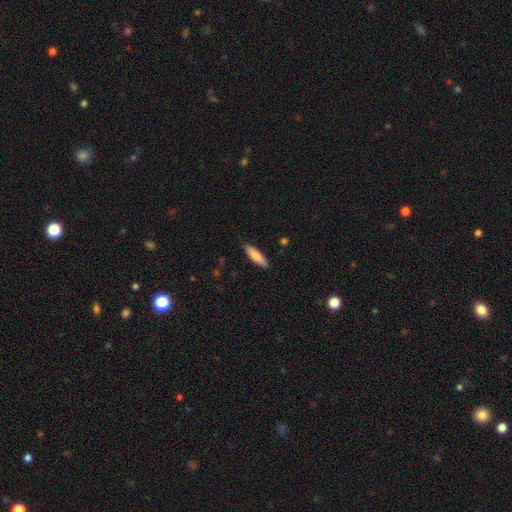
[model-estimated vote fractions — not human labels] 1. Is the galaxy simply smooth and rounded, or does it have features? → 82% smooth, 13% featured or disk, 6% star or artifact.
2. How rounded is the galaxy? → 66% cigar-shaped, 33% in between, 1% round.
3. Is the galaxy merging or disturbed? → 86% none, 11% minor disturbance, 2% major disturbance, 1% merger.